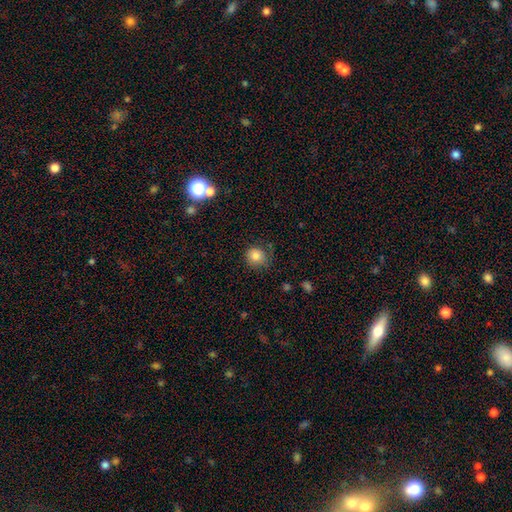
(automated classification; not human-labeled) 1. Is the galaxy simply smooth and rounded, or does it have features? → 82% smooth, 11% star or artifact, 7% featured or disk.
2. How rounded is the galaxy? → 87% round, 12% in between, 1% cigar-shaped.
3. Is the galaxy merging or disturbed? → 75% none, 18% minor disturbance, 5% major disturbance, 2% merger.